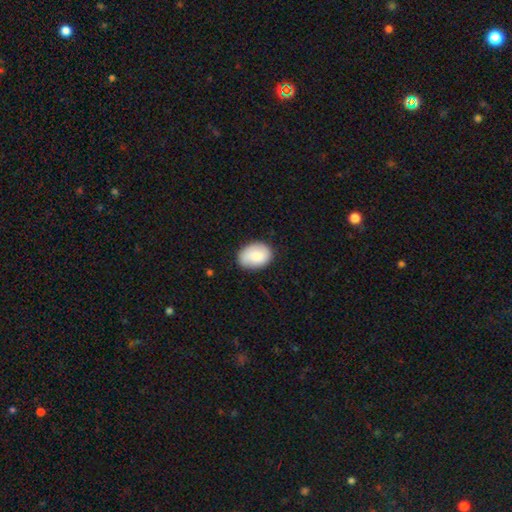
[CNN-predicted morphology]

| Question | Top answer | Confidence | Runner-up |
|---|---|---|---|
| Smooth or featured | smooth | 83% | featured or disk (11%) |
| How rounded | in between | 74% | round (25%) |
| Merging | none | 80% | minor disturbance (16%) |